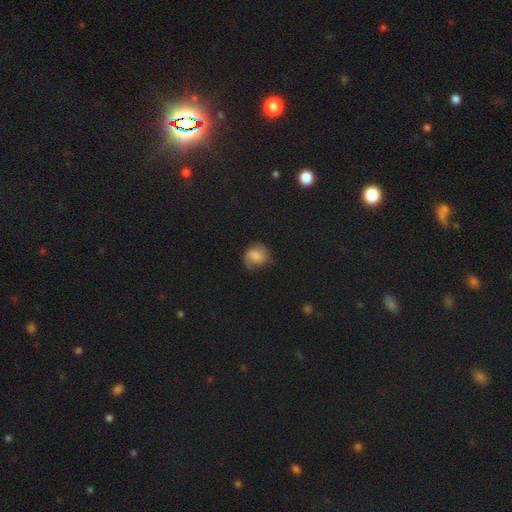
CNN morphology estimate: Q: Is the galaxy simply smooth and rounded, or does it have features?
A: smooth — 58%.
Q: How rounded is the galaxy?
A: round — 66%.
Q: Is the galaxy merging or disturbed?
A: none — 51%.